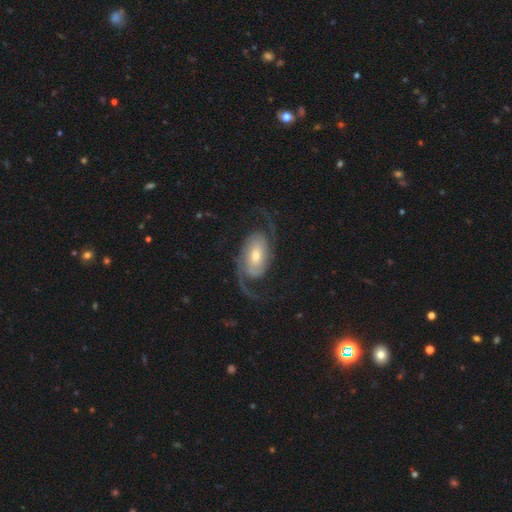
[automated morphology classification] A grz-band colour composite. It shows a featured or disk galaxy (89%) with no bar (49%), 2 (89%) medium (44%) spiral arms (98%) and a moderate central bulge (55%). Merging: none (73%).